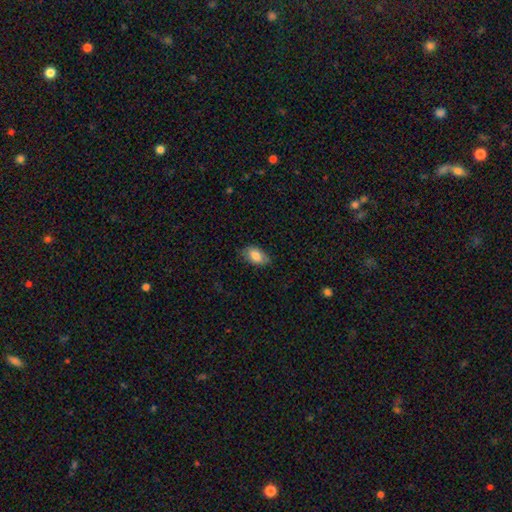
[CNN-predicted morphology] Smooth or featured? Predicted: smooth (p=0.81). How rounded? Predicted: in between (p=0.93). Merging? Predicted: none (p=0.78).